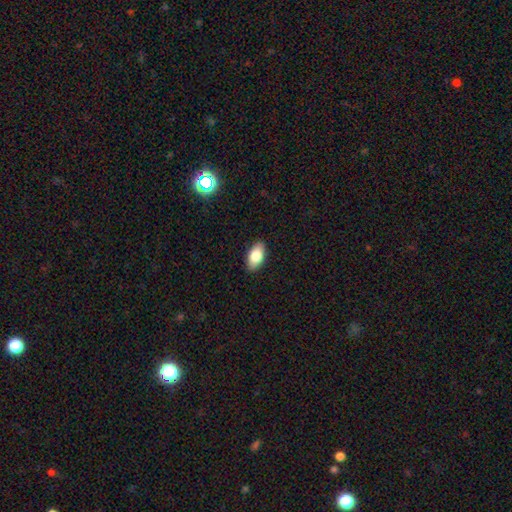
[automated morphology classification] This is clearly a smooth galaxy (84%). How rounded: clearly in between (93%). Merging: clearly none (89%).